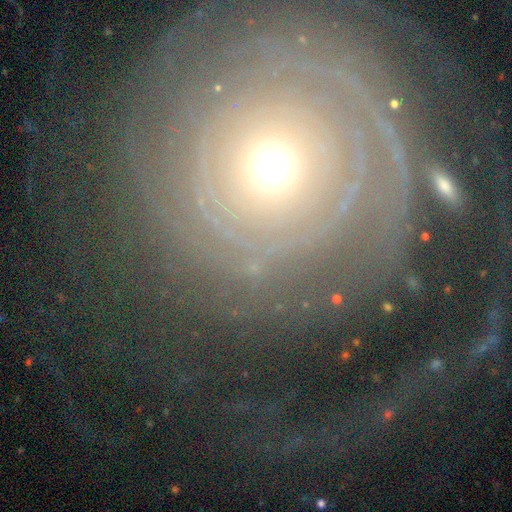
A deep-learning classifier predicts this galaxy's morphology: smooth-or-featured: featured or disk: 77% | smooth: 13% | star or artifact: 10%
  disk-edge-on: no: 96% | yes: 4%
    bar: no: 82% | weak: 12% | strong: 6%
    has-spiral-arms: yes: 88% | no: 12%
      spiral-winding: tight: 75% | medium: 15% | loose: 9%
      spiral-arm-count: can't tell: 33% | 2: 22% | 3: 13% | more than 4: 12% | 4: 11% | 1: 10%
    bulge-size: moderate: 49% | small: 44% | large: 5% | dominant: 2% | none: 1%
  merging: none: 68% | major disturbance: 18% | minor disturbance: 11% | merger: 3%